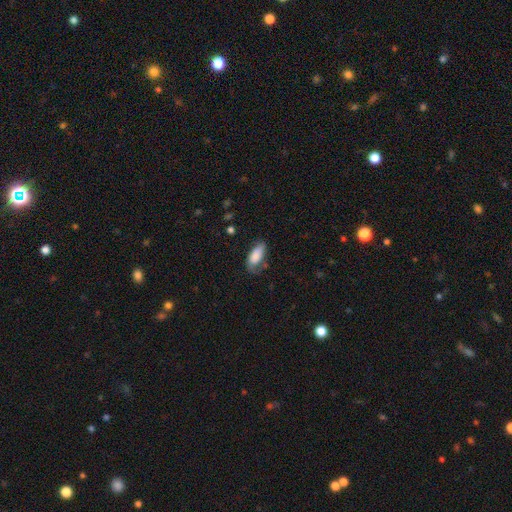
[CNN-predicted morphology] Q: Smooth or featured?
A: smooth (78%); runner-up: featured or disk (15%)
Q: How rounded?
A: in between (86%); runner-up: cigar-shaped (12%)
Q: Merging?
A: none (45%); runner-up: minor disturbance (34%)